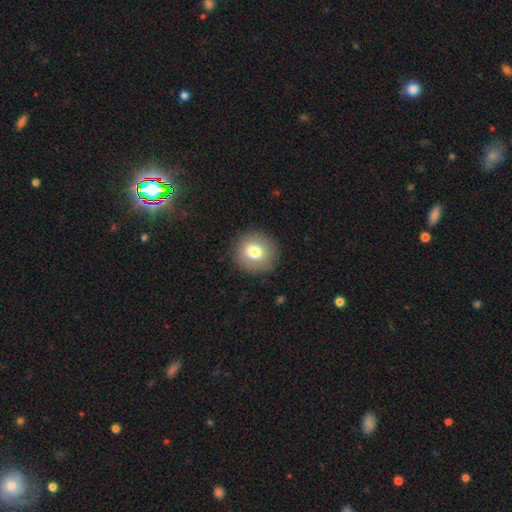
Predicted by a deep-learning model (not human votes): Morphology: type=smooth (57%); roundness=round (90%); merging=none (90%).